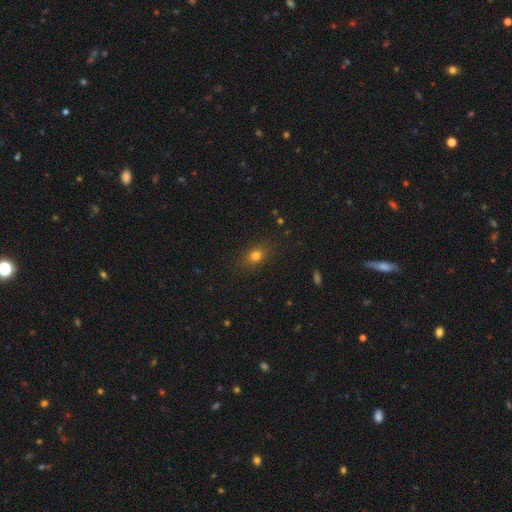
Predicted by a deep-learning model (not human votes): This is likely a smooth galaxy (78%). How rounded: possibly in between (52%). Merging: clearly none (84%).